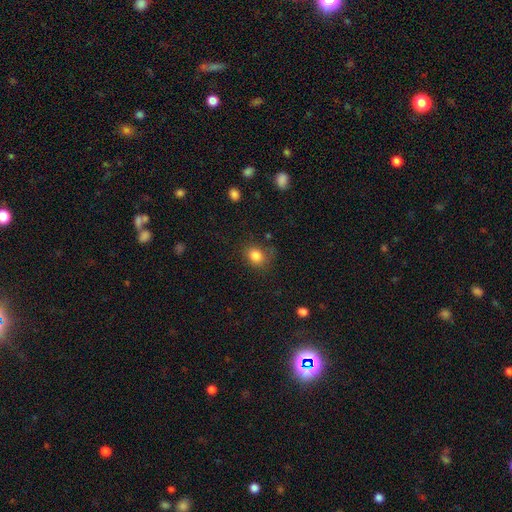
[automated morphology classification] Smooth or featured: smooth — 83% (star or artifact — 11%)
How rounded: round — 52% (in between — 47%)
Merging: none — 69% (minor disturbance — 21%)